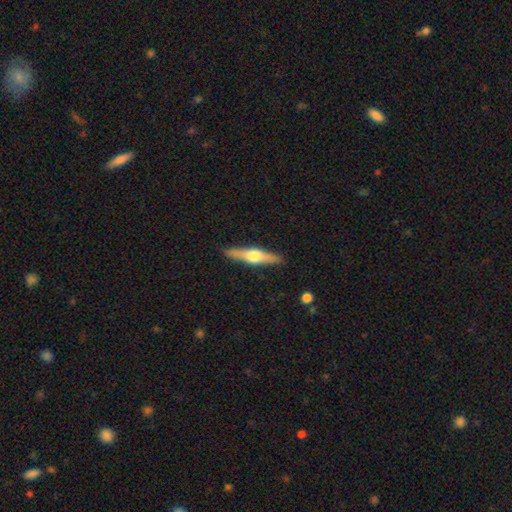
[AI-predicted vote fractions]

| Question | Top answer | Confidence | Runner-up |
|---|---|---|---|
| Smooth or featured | featured or disk | 67% | smooth (28%) |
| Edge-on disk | yes | 97% | no (3%) |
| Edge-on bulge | rounded | 93% | boxy (5%) |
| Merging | none | 90% | minor disturbance (7%) |